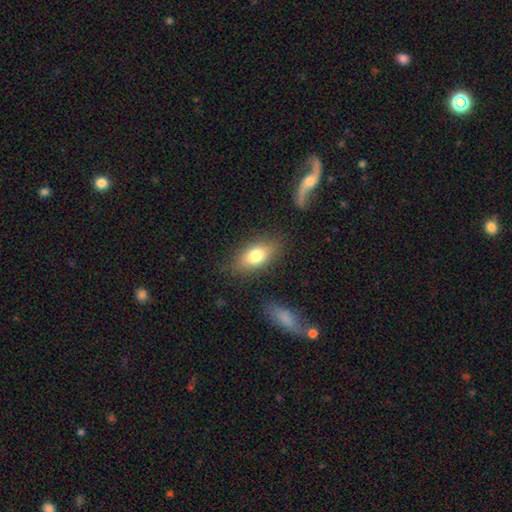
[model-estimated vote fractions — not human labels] A smooth galaxy with no disk features (77%) that is in between round and cigar-shaped (87%). Merging: none (81%).